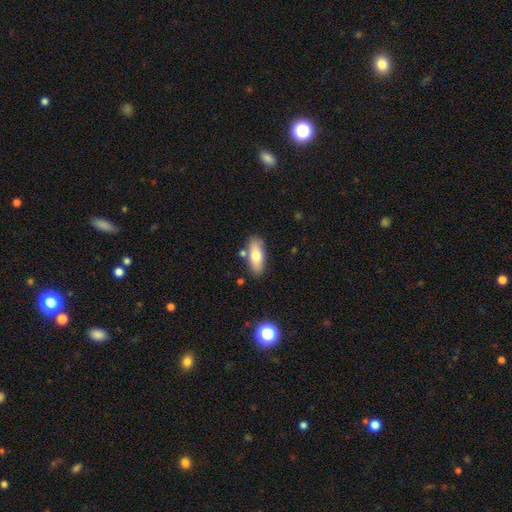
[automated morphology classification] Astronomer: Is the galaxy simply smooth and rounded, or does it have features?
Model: smooth — 72%.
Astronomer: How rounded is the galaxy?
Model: in between — 76%.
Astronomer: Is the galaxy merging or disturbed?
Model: none — 77%.